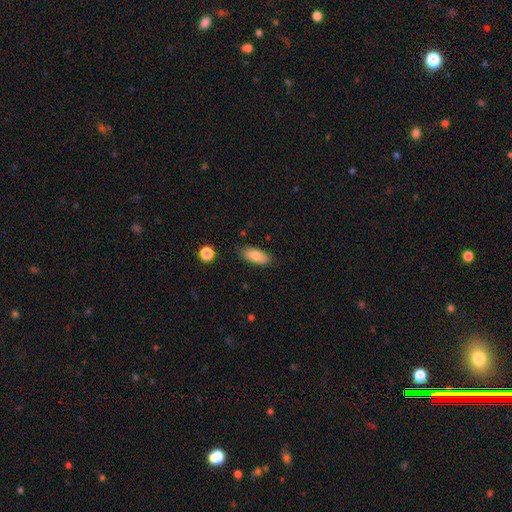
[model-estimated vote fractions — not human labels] Smooth or featured?
  - smooth: 80% *
  - featured or disk: 13%
  - star or artifact: 7%
How rounded?
  - in between: 88% *
  - cigar-shaped: 9%
  - round: 3%
Merging?
  - none: 82% *
  - minor disturbance: 14%
  - major disturbance: 3%
  - merger: 2%